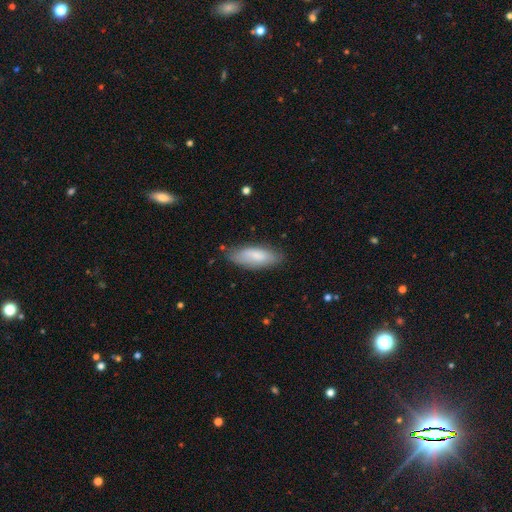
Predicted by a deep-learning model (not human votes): Morphology: type=smooth (78%); roundness=in between (70%); merging=none (75%).